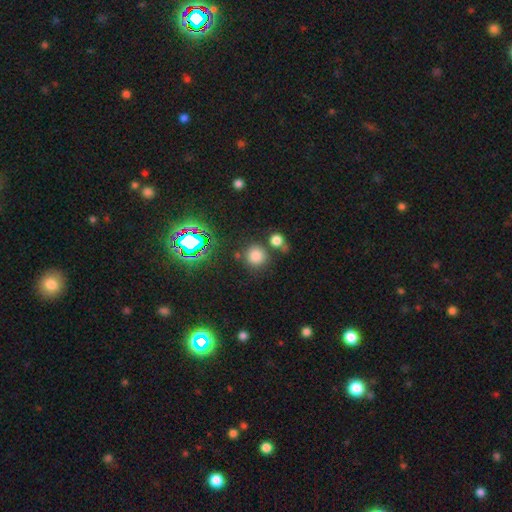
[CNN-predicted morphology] Smooth or featured? Predicted: smooth (p=0.75). How rounded? Predicted: round (p=0.92). Merging? Predicted: none (p=0.75).